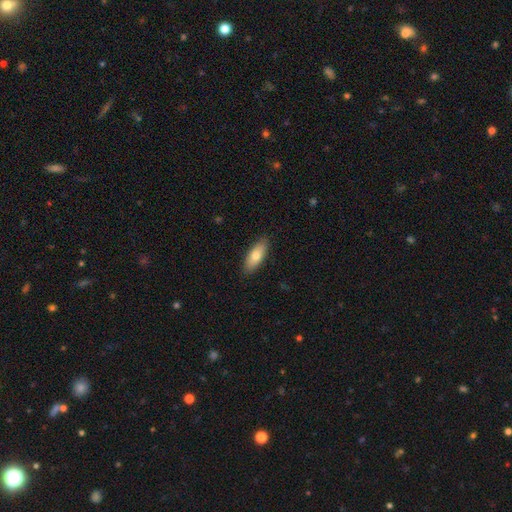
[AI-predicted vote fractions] Smooth or featured: smooth — 76% (featured or disk — 18%)
How rounded: in between — 74% (cigar-shaped — 24%)
Merging: none — 88% (minor disturbance — 9%)